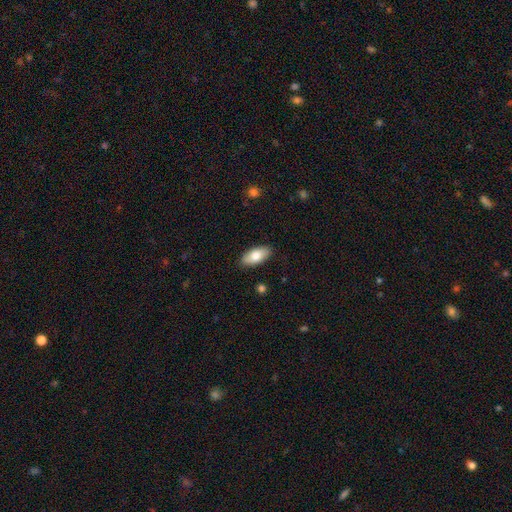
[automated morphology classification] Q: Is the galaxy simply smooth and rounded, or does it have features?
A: smooth — 78%.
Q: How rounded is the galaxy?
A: in between — 89%.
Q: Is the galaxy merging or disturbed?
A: none — 89%.